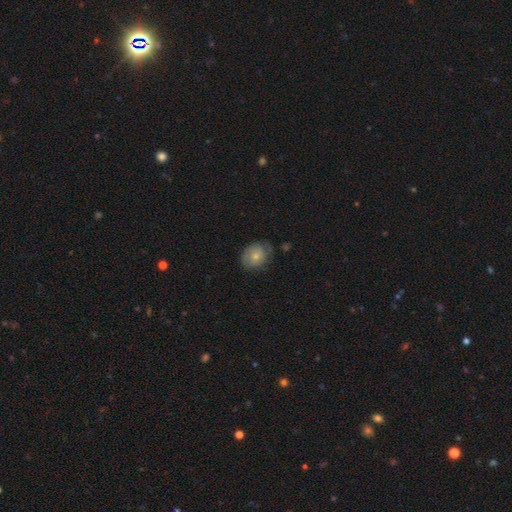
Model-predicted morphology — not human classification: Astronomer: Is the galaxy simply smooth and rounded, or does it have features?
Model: smooth — 69%.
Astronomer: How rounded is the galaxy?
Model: round — 55% (runner-up: in between, 44%).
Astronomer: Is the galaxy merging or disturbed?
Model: none — 64%.